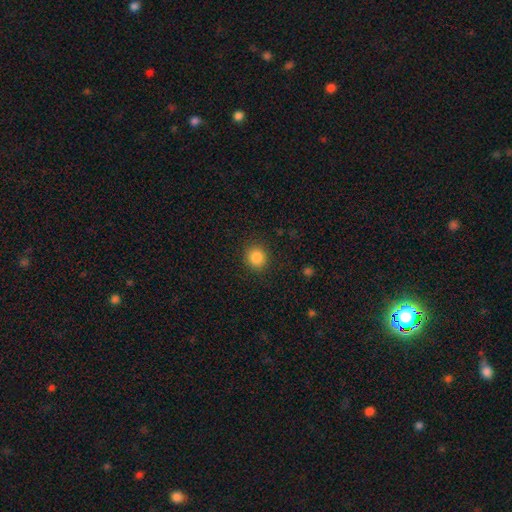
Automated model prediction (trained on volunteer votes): smooth-or-featured: smooth: 85% | star or artifact: 11% | featured or disk: 4%
  how-rounded: round: 90% | in between: 9% | cigar-shaped: 1%
  merging: none: 91% | minor disturbance: 6% | major disturbance: 2% | merger: 1%